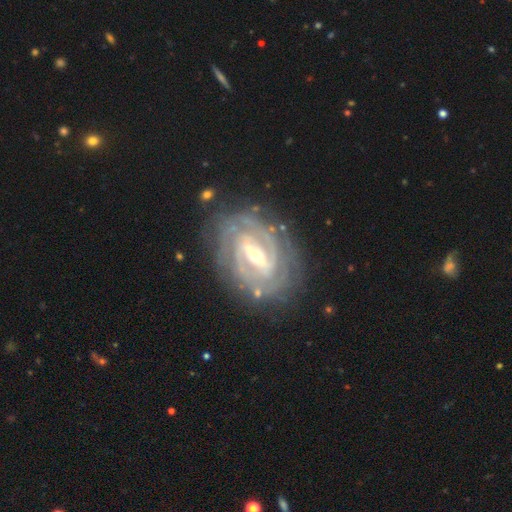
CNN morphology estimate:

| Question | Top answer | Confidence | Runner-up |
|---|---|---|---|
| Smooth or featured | featured or disk | 89% | star or artifact (6%) |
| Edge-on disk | no | 95% | yes (5%) |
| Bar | strong | 59% | weak (32%) |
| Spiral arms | yes | 96% | no (4%) |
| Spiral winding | tight | 78% | medium (19%) |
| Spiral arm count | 2 | 30% | can't tell (25%) |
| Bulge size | moderate | 52% | small (43%) |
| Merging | none | 80% | minor disturbance (13%) |